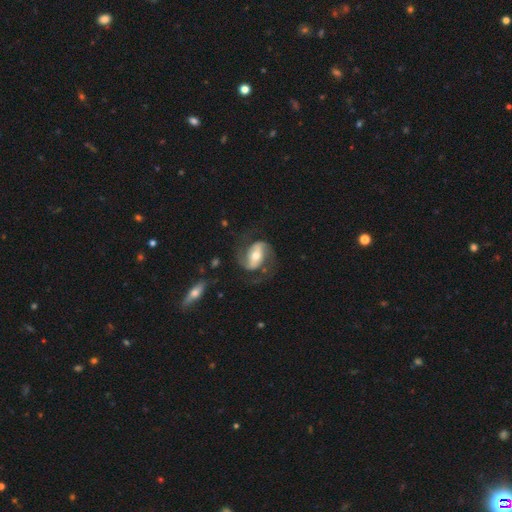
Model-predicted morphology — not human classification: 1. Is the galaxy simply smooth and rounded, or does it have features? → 82% featured or disk, 13% smooth, 5% star or artifact.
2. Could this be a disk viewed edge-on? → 96% no, 4% yes.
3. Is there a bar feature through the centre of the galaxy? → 50% strong, 30% weak, 20% no.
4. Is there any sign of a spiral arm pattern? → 93% yes, 7% no.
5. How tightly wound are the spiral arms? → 50% medium, 33% loose, 17% tight.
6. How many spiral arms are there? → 91% 2, 4% can't tell, 2% 1, 1% 3, 1% 4, 1% more than 4.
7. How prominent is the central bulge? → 59% moderate, 30% small, 8% large, 1% dominant, 1% none.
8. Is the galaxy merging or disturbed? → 68% none, 15% minor disturbance, 15% major disturbance, 2% merger.